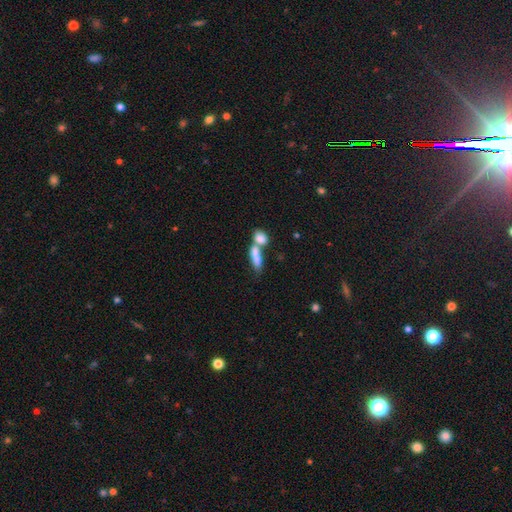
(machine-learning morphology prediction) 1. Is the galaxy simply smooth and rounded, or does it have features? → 75% smooth, 17% featured or disk, 8% star or artifact.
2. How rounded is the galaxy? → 60% in between, 32% cigar-shaped, 8% round.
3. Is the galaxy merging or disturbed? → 63% merger, 23% none, 8% minor disturbance, 6% major disturbance.